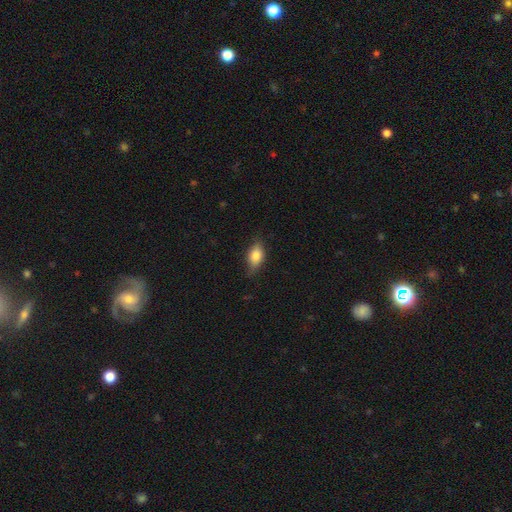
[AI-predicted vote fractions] This is likely a smooth galaxy (79%). How rounded: clearly in between (85%). Merging: likely none (72%).